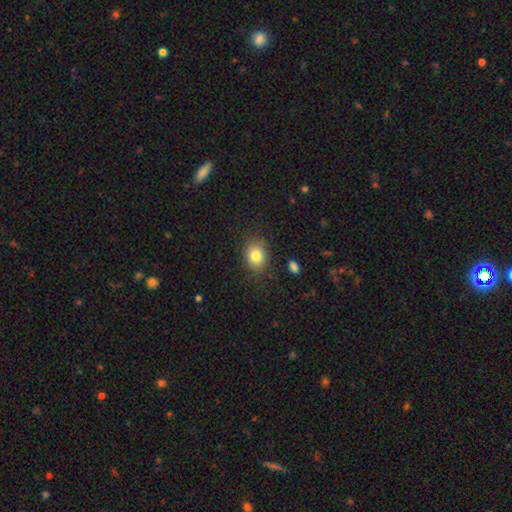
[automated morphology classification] Smooth or featured: smooth — 81% (star or artifact — 10%)
How rounded: round — 52% (in between — 47%)
Merging: none — 82% (minor disturbance — 12%)